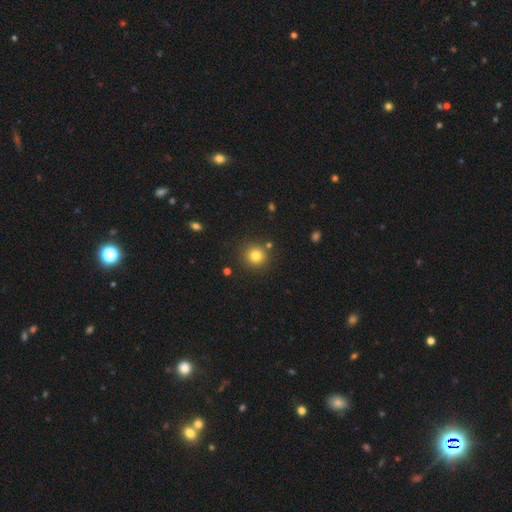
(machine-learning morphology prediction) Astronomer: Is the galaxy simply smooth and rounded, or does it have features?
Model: smooth — 80%.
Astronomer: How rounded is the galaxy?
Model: round — 93%.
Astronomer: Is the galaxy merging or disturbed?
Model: none — 86%.